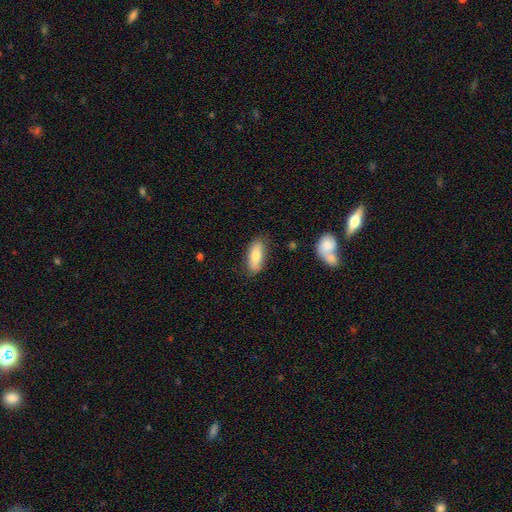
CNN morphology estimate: Smooth or featured? Predicted: smooth (p=0.77). How rounded? Predicted: in between (p=0.76). Merging? Predicted: none (p=0.80).